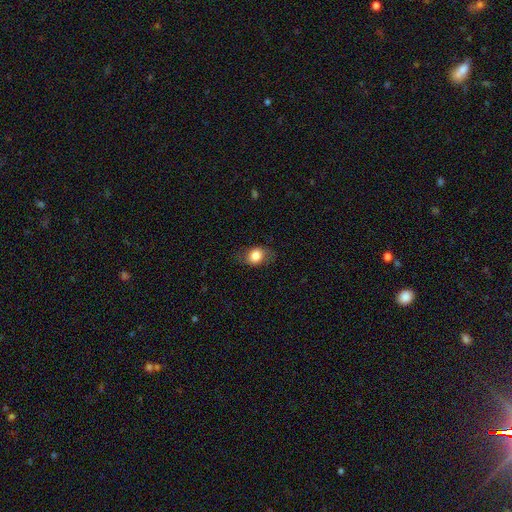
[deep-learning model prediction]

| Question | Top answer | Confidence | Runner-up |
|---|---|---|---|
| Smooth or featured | smooth | 78% | featured or disk (14%) |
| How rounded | in between | 58% | round (40%) |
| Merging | none | 74% | minor disturbance (19%) |